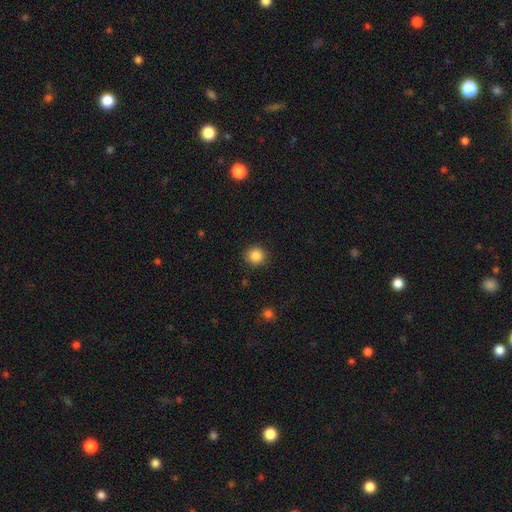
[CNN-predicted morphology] type=smooth (86%); roundness=round (93%); merging=none (90%).